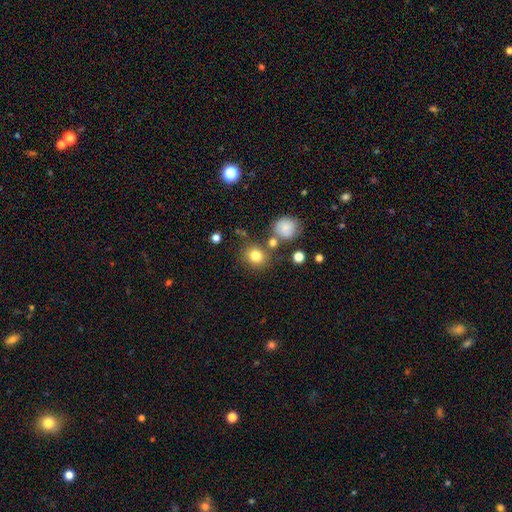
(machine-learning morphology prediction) Smooth or featured: smooth — 79% (star or artifact — 13%)
How rounded: round — 81% (in between — 18%)
Merging: none — 74% (merger — 11%)